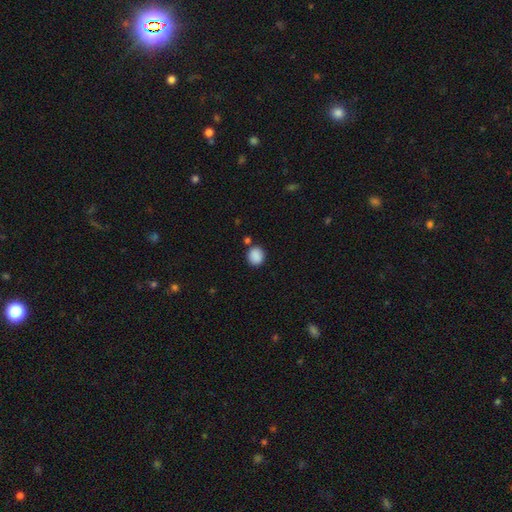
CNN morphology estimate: This appears to be a smooth galaxy with no disk features (88%) that is round (80%). Merging: none (81%).